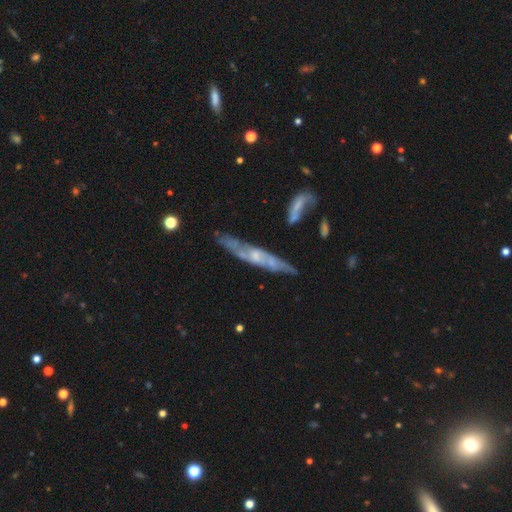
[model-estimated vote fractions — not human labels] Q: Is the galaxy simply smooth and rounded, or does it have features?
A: featured or disk — 70%.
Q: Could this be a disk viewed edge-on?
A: yes — 63%.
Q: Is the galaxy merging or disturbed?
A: none — 66%.